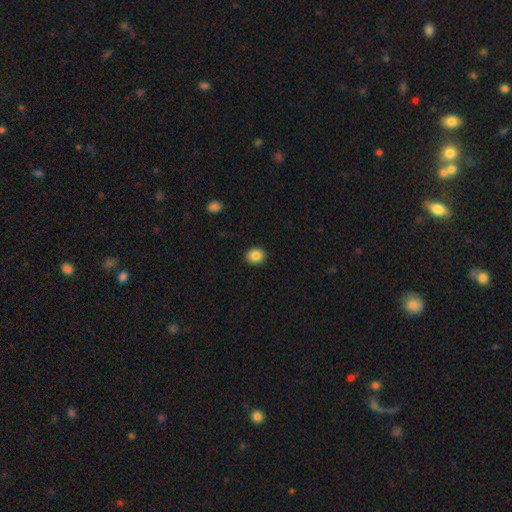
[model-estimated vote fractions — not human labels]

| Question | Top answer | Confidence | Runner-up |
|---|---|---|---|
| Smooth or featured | smooth | 86% | star or artifact (9%) |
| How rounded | round | 70% | in between (30%) |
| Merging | none | 91% | minor disturbance (6%) |